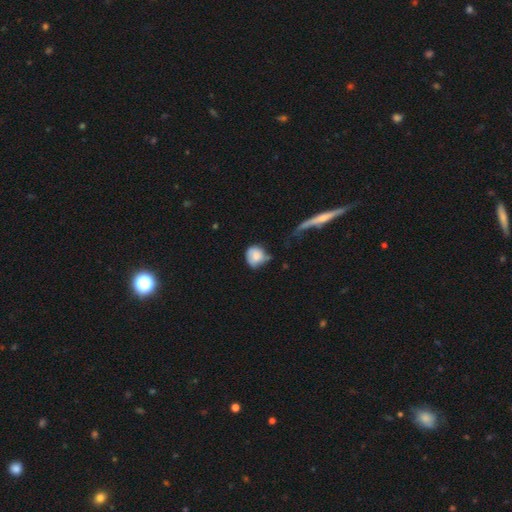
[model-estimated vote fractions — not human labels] This is likely a smooth galaxy (73%). How rounded: likely round (73%). Merging: marginally none (40%).